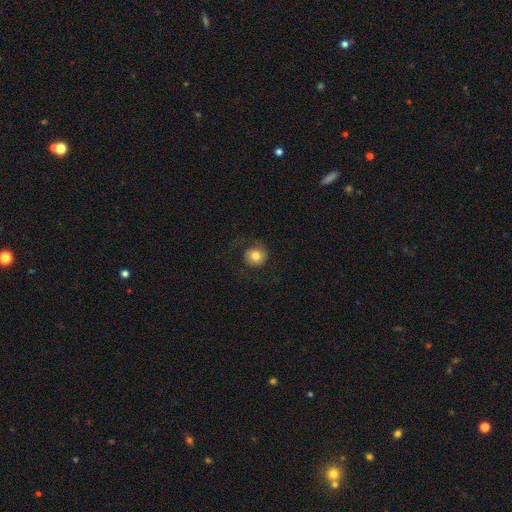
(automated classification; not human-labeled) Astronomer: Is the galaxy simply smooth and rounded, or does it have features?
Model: smooth — 65%.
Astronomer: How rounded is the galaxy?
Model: round — 86%.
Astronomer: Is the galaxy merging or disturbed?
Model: none — 64%.